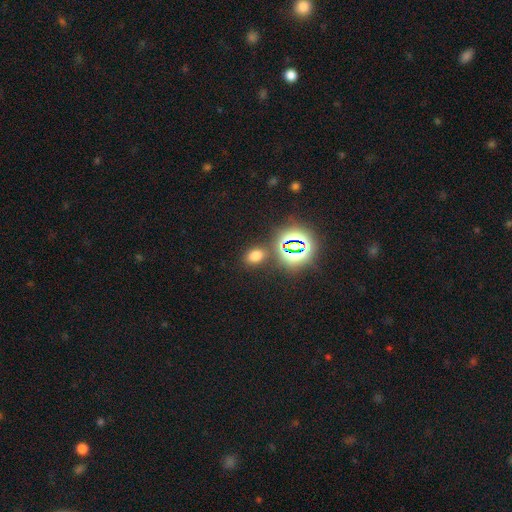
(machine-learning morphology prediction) Smooth or featured?
  - smooth: 62% *
  - star or artifact: 31%
  - featured or disk: 7%
How rounded?
  - in between: 71% *
  - round: 28%
  - cigar-shaped: 2%
Merging?
  - none: 82% *
  - minor disturbance: 9%
  - merger: 6%
  - major disturbance: 4%